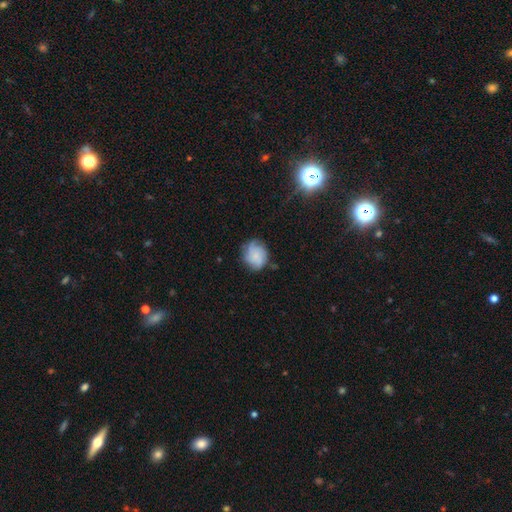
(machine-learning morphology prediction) Smooth or featured? Predicted: smooth (p=0.62). How rounded? Predicted: round (p=0.70). Merging? Predicted: none (p=0.65).